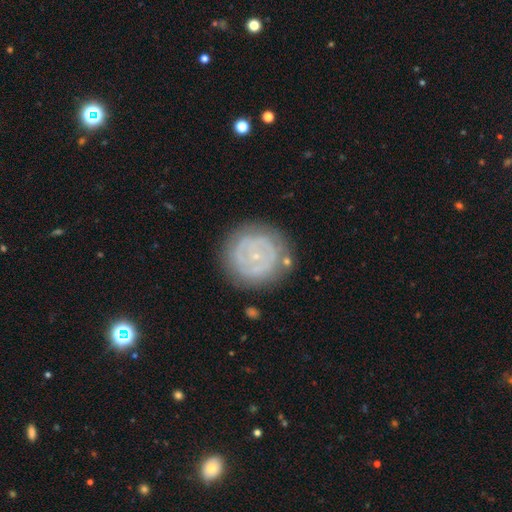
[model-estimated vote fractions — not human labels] Overall: featured or disk (65%; smooth 28%). Edge-on disk: no (97%). Bar: no (81%). Spiral arms: yes (59%; no 41%). Bulge size: small (85%). Merging: none (79%).